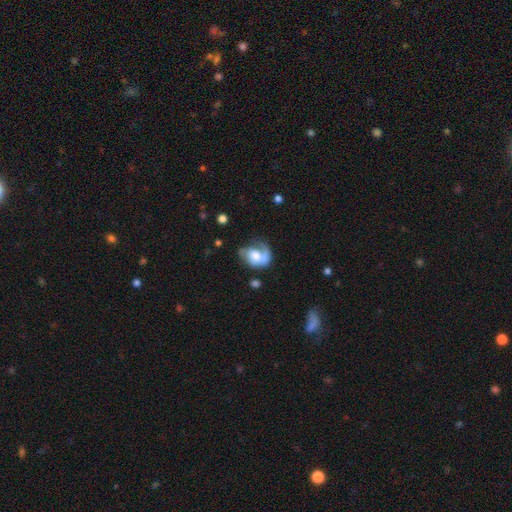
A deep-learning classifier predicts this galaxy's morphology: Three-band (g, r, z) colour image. It shows a featured or disk galaxy (62%) with no bar (67%), spiral arms (80%) and a moderate central bulge (54%). Merging: none (36%).